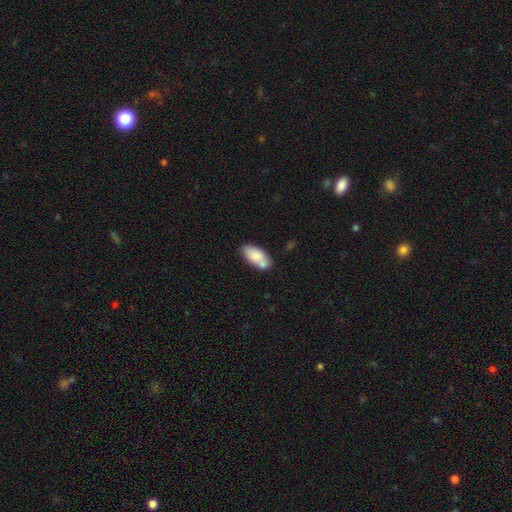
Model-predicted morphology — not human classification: This appears to be a smooth galaxy with no disk features (79%) that is in between round and cigar-shaped (91%). Merging: none (59%).